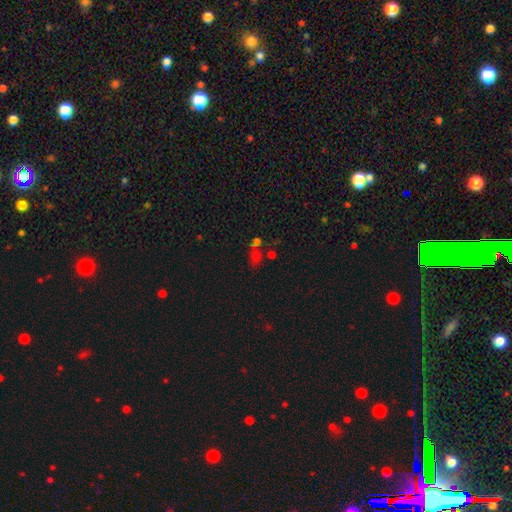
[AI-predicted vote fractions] The model was most divided on "merging": none: 41%, merger: 36%, minor disturbance: 12%, major disturbance: 10%. More confident: how rounded — in between (54%); smooth or featured — smooth (51%).